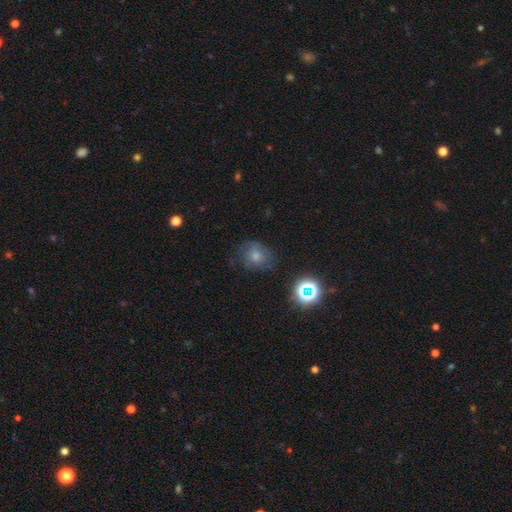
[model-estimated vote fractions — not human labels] Overall: smooth (65%). How rounded: round (71%). Merging: none (63%; minor disturbance 24%).